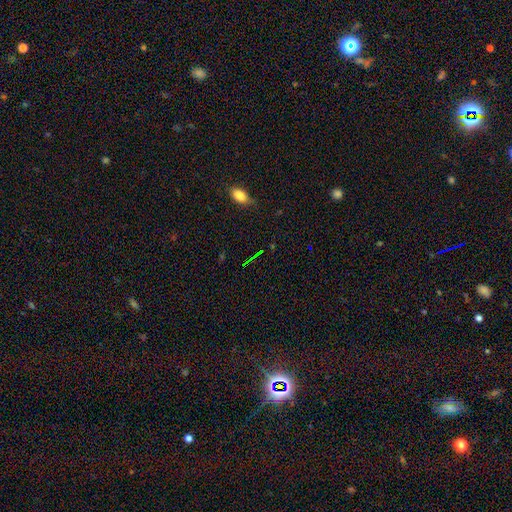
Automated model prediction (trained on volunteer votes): Smooth or featured: star or artifact — 64% (smooth — 22%)